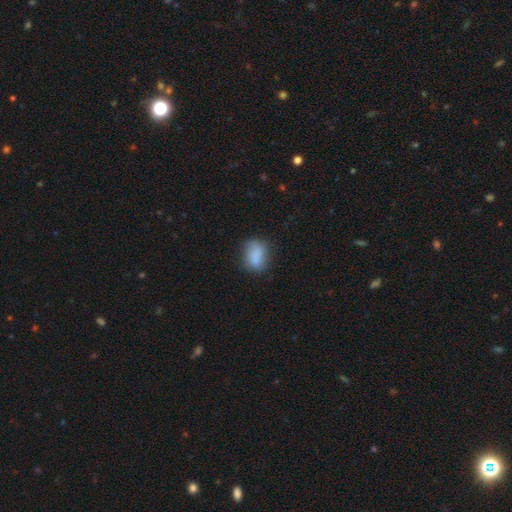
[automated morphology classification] This appears to be a smooth galaxy with no disk features (79%) that is in between round and cigar-shaped (69%). Merging: none (59%).